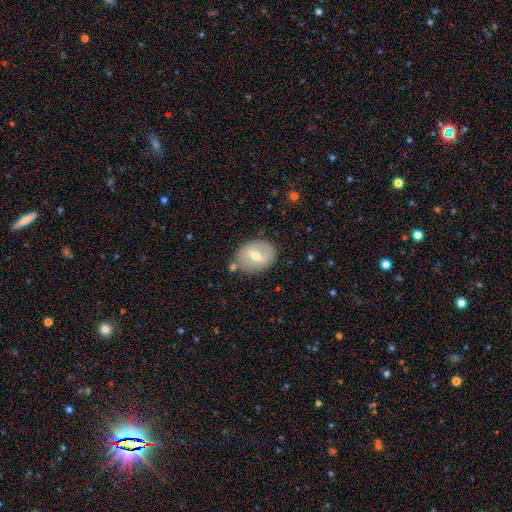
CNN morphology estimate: A featured or disk galaxy (47%). Merging: none (76%).